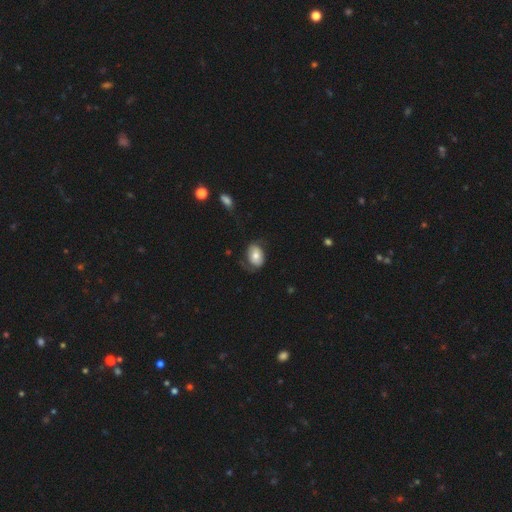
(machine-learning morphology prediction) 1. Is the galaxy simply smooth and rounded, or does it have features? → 67% smooth, 26% featured or disk, 7% star or artifact.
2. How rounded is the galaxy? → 79% in between, 20% round, 1% cigar-shaped.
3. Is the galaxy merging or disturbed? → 56% none, 26% minor disturbance, 16% major disturbance, 2% merger.